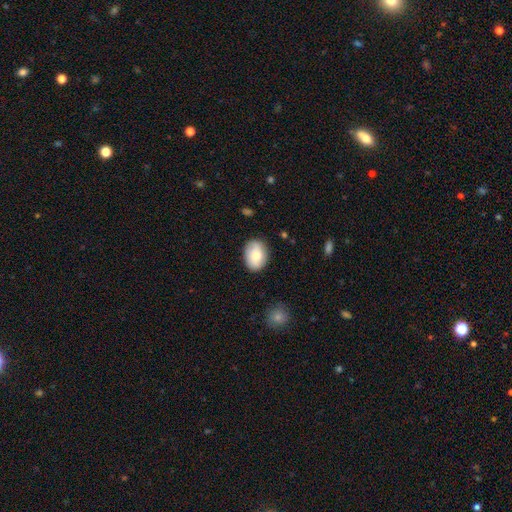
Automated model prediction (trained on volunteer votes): Q: Smooth or featured?
A: smooth (75%); runner-up: featured or disk (18%)
Q: How rounded?
A: in between (73%); runner-up: round (25%)
Q: Merging?
A: none (82%); runner-up: minor disturbance (14%)